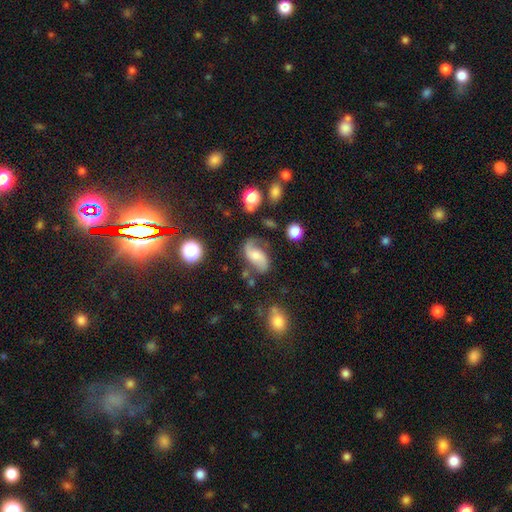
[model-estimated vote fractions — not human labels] Morphology: type=featured or disk (72%); edge-on=no (96%); bar=no (53%); spiral arms=yes (93%); winding=loose (61%); arm count=2 (88%); bulge=moderate (46%); merging=none (61%).